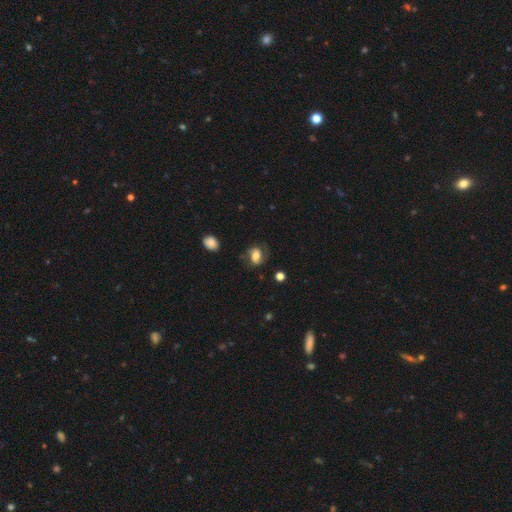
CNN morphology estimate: Q: Smooth or featured?
A: smooth (59%); runner-up: featured or disk (32%)
Q: How rounded?
A: in between (67%); runner-up: round (31%)
Q: Merging?
A: none (66%); runner-up: minor disturbance (21%)